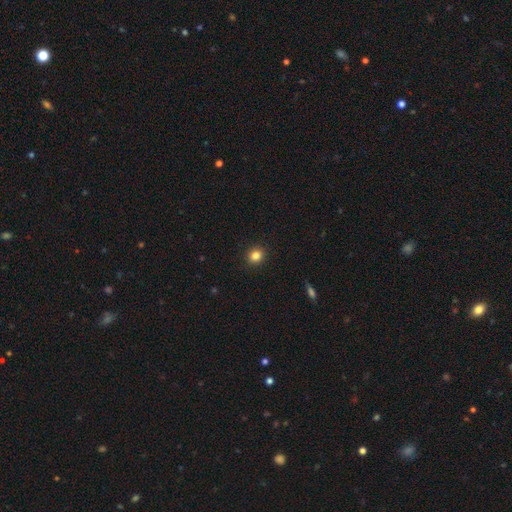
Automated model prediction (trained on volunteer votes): Smooth or featured?
  - smooth: 84% *
  - star or artifact: 11%
  - featured or disk: 5%
How rounded?
  - round: 79% *
  - in between: 20%
  - cigar-shaped: 1%
Merging?
  - none: 91% *
  - minor disturbance: 6%
  - major disturbance: 2%
  - merger: 1%